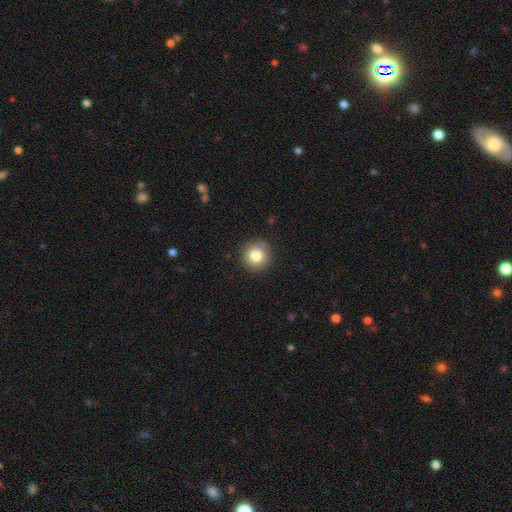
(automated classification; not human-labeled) Morphology: type=smooth (82%); roundness=round (93%); merging=none (88%).